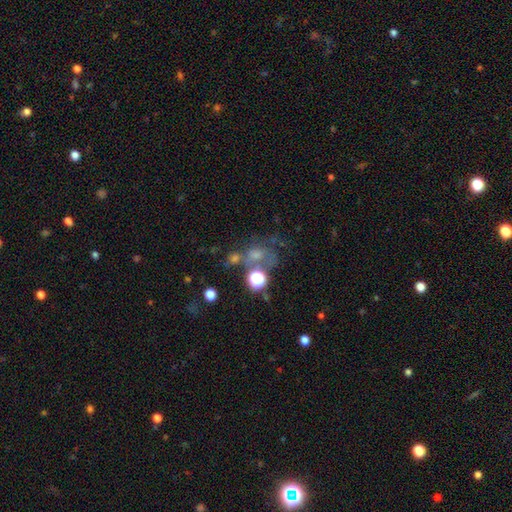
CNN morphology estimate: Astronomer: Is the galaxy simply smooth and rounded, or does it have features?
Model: smooth — 50% (runner-up: star or artifact, 29%).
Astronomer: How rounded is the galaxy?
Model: round — 58% (runner-up: in between, 40%).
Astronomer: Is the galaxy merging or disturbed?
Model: none — 38% (runner-up: merger, 28%).